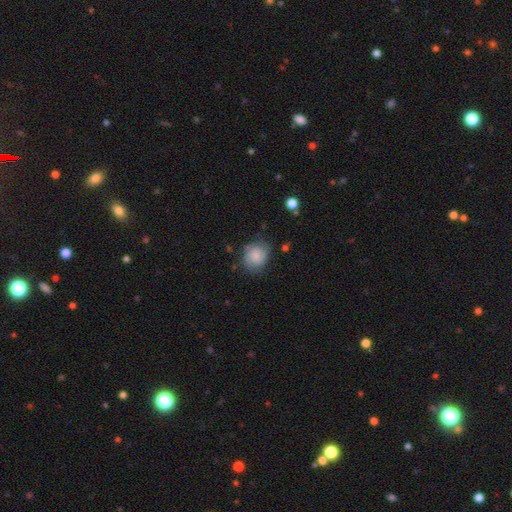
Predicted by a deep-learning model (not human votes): Smooth or featured? smooth (73%)
How rounded? round (61%)
Merging? none (68%)